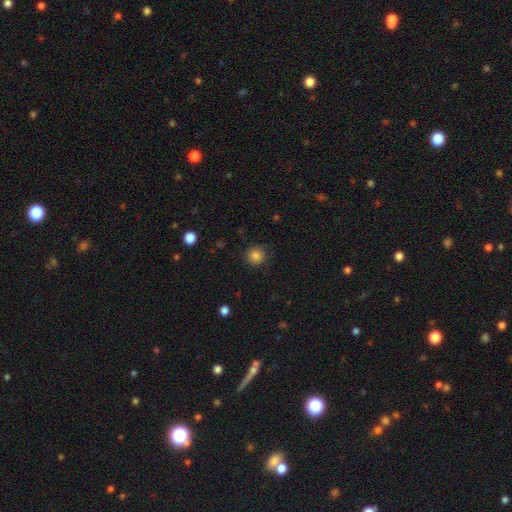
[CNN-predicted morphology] Smooth or featured: smooth — 85% (star or artifact — 11%)
How rounded: round — 92% (in between — 7%)
Merging: none — 87% (minor disturbance — 9%)